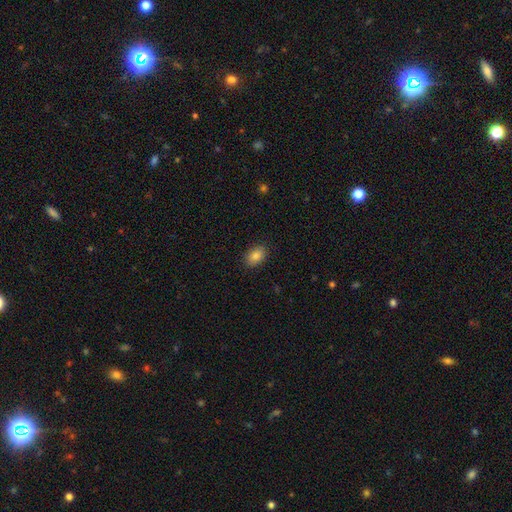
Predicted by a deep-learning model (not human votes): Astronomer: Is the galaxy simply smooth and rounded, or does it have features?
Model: smooth — 87%.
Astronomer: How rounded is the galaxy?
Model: in between — 84%.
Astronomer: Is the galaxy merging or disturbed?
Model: none — 89%.